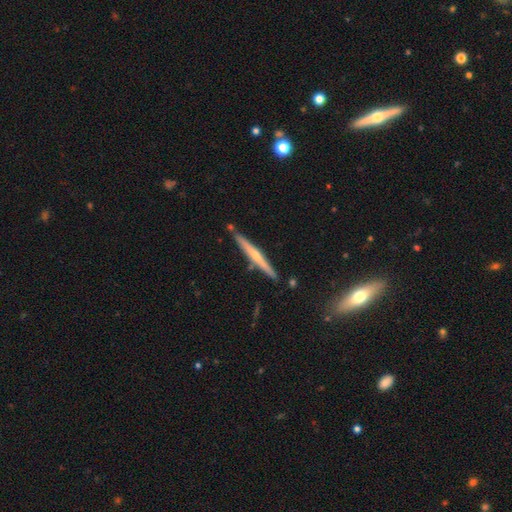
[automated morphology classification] Q: Smooth or featured?
A: featured or disk (61%); runner-up: smooth (32%)
Q: Edge-on disk?
A: yes (97%); runner-up: no (3%)
Q: Edge-on bulge?
A: rounded (63%); runner-up: none (31%)
Q: Merging?
A: none (86%); runner-up: minor disturbance (9%)